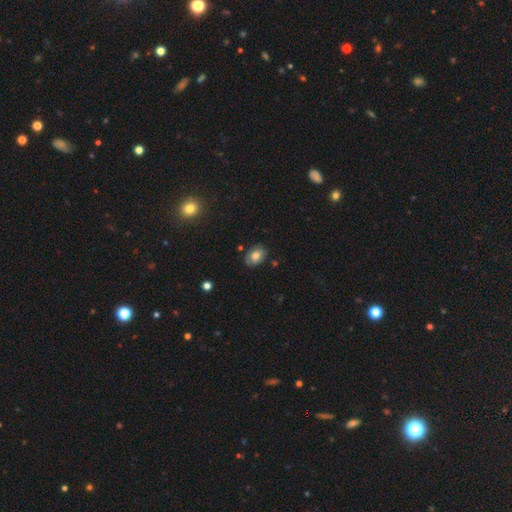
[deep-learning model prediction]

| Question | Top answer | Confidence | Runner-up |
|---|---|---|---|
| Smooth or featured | smooth | 76% | featured or disk (15%) |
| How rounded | in between | 80% | round (19%) |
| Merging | none | 81% | minor disturbance (14%) |